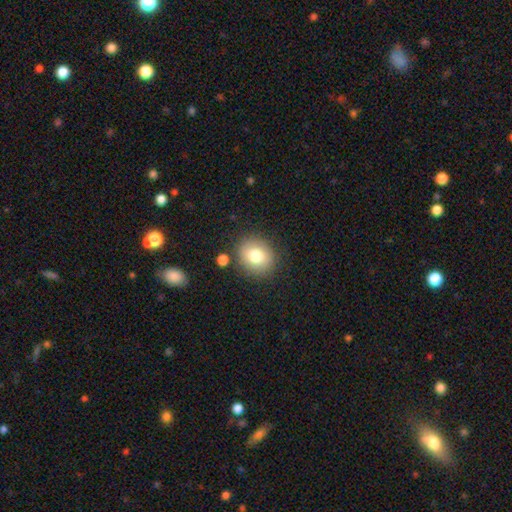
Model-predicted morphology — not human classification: A smooth galaxy with no disk features (78%) that is round (75%).

Vote fractions:
- Smooth or featured? smooth: 78% / featured or disk: 12% / star or artifact: 10%
- How rounded? round: 75% / in between: 24% / cigar-shaped: 1%
- Merging? none: 83% / minor disturbance: 10% / merger: 4% / major disturbance: 3%